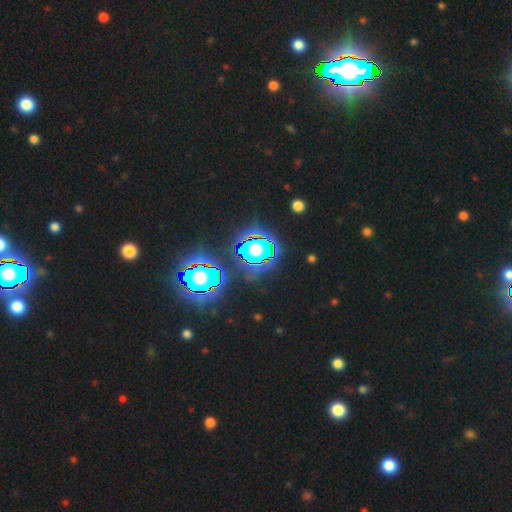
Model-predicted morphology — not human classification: A star or artifact, not a galaxy (80%).